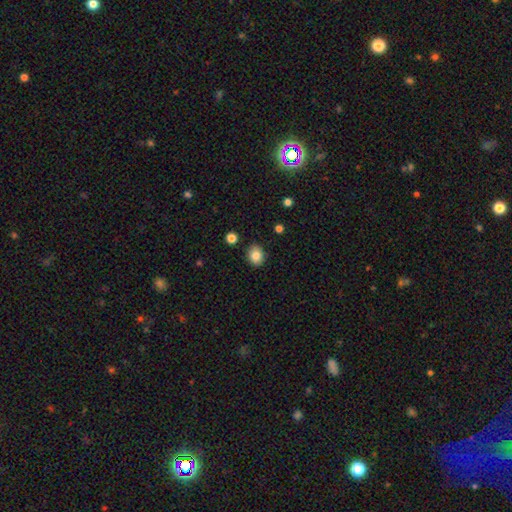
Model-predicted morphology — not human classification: type=smooth (84%); roundness=round (59%); merging=none (87%).